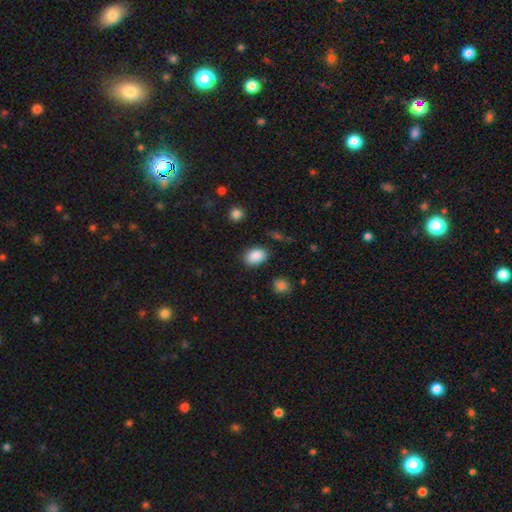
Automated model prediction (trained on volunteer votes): This is clearly a smooth galaxy (88%). How rounded: likely in between (79%). Merging: clearly none (83%).